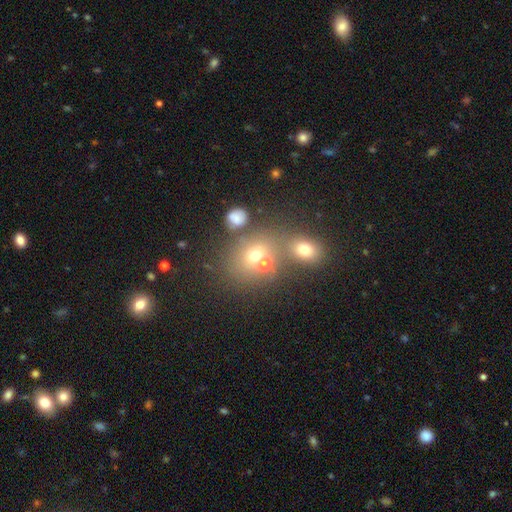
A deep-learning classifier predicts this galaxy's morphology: Smooth or featured? Predicted: smooth (p=0.57). How rounded? Predicted: round (p=0.67). Merging? Predicted: none (p=0.44).